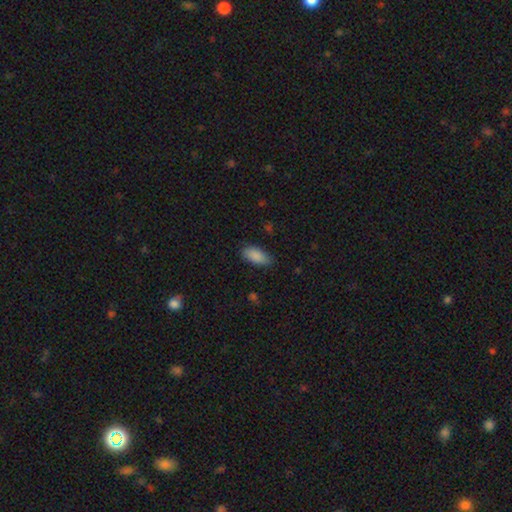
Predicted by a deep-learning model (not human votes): smooth-or-featured: smooth: 89% | star or artifact: 7% | featured or disk: 5%
  how-rounded: in between: 89% | cigar-shaped: 8% | round: 2%
  merging: none: 82% | minor disturbance: 14% | major disturbance: 3% | merger: 1%